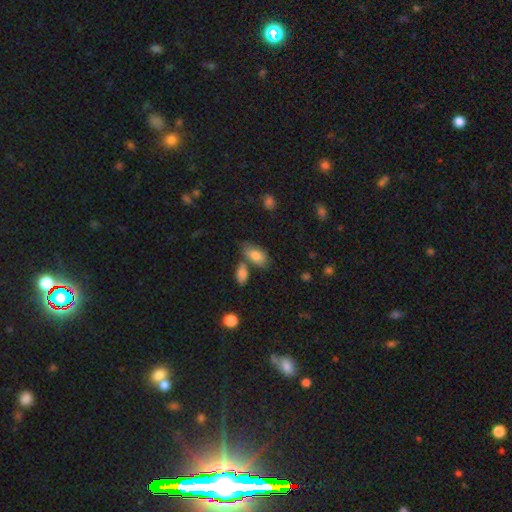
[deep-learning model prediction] Morphology: type=smooth (79%); roundness=in between (92%); merging=none (56%).